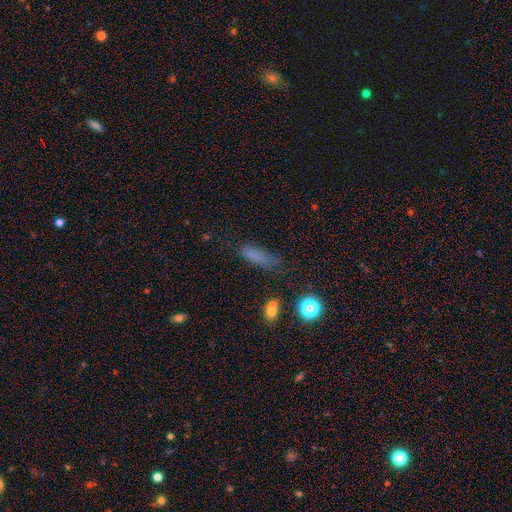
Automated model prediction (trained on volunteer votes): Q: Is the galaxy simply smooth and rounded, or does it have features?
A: smooth — 74%.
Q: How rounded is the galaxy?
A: cigar-shaped — 54%.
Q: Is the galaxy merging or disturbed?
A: none — 59%.